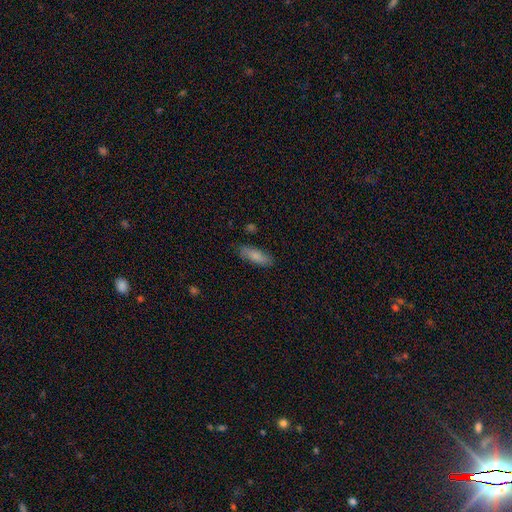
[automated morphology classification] This appears to be a smooth galaxy with no disk features (82%) that is in between round and cigar-shaped (60%). Merging: none (82%).